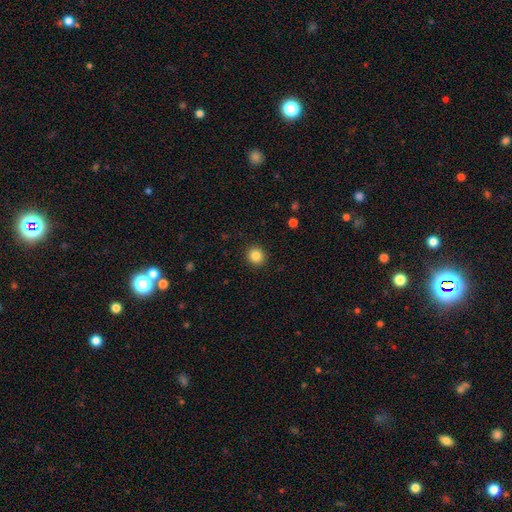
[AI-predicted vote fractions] Smooth or featured? Predicted: smooth (p=0.85). How rounded? Predicted: round (p=0.88). Merging? Predicted: none (p=0.92).